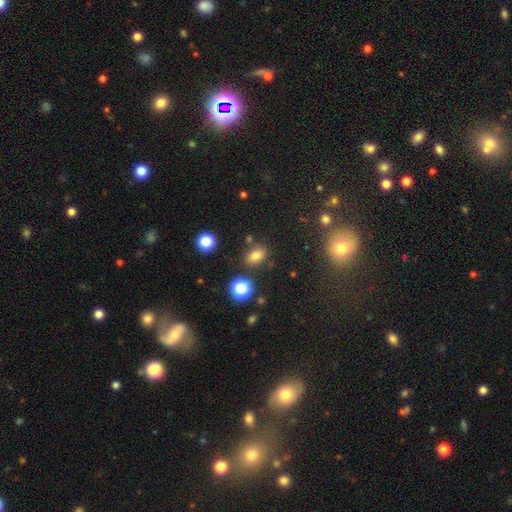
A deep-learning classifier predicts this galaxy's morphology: The model was most divided on "how rounded": in between: 75%, round: 22%, cigar-shaped: 2%. More confident: merging — none (79%); smooth or featured — smooth (75%).